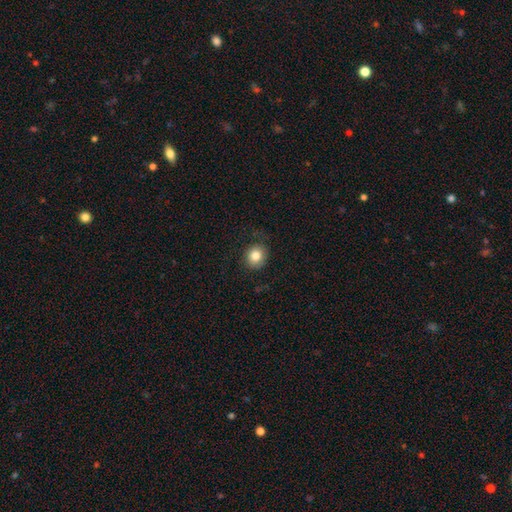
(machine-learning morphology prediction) smooth-or-featured: smooth: 82% | star or artifact: 10% | featured or disk: 8%
  how-rounded: round: 80% | in between: 19% | cigar-shaped: 1%
  merging: none: 79% | minor disturbance: 15% | major disturbance: 5% | merger: 1%